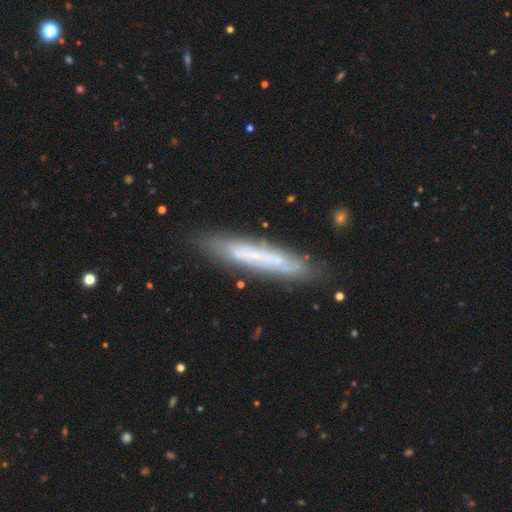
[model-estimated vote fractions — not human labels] This appears to be a featured or disk galaxy (50%). Merging: none (81%).